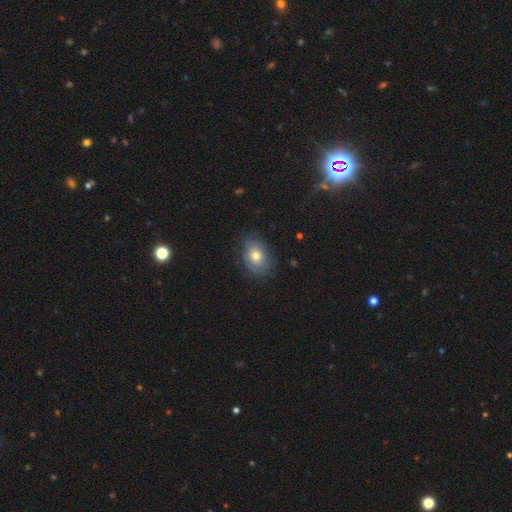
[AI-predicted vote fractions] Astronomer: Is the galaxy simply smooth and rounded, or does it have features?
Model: smooth — 52% (runner-up: featured or disk, 38%).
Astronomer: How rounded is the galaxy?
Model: in between — 71%.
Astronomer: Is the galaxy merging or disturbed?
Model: none — 74%.